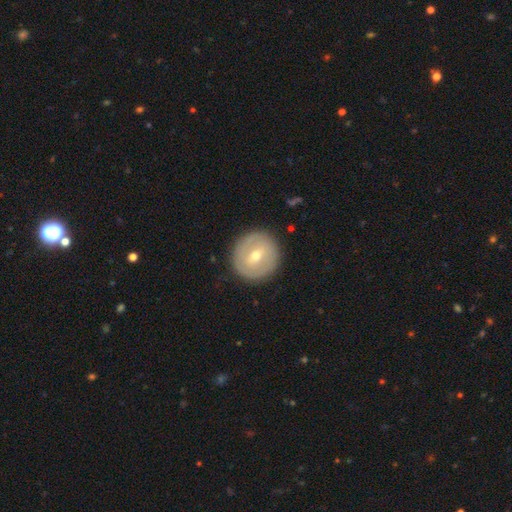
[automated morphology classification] Smooth or featured? Predicted: featured or disk (p=0.57). Edge-on disk? Predicted: no (p=0.95). Bar? Predicted: weak (p=0.51). Spiral arms? Predicted: no (p=0.55). Bulge size? Predicted: moderate (p=0.53). Merging? Predicted: none (p=0.88).